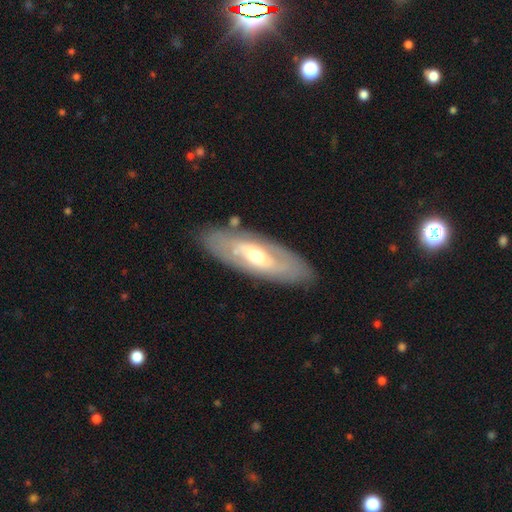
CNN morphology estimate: smooth-or-featured: featured or disk: 64% | smooth: 30% | star or artifact: 6%
  disk-edge-on: no: 79% | yes: 21%
    bar: no: 46% | weak: 36% | strong: 18%
    has-spiral-arms: yes: 50% (tied) | no: 50% (tied)
    bulge-size: moderate: 63% | small: 28% | large: 6% | dominant: 1% | none: 1%
  merging: none: 83% | minor disturbance: 11% | major disturbance: 4% | merger: 2%